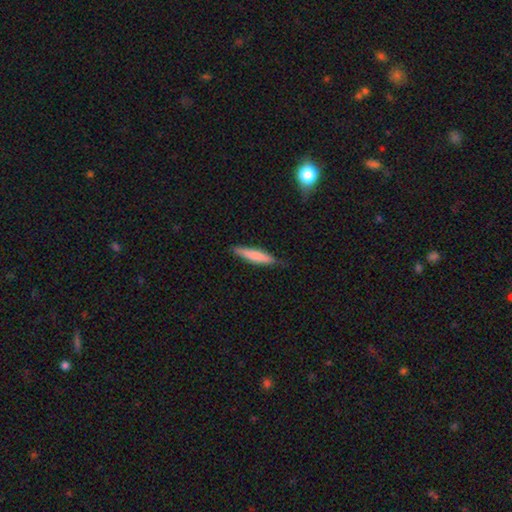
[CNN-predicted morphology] This is likely a smooth galaxy (76%). How rounded: clearly cigar-shaped (87%). Merging: clearly none (82%).